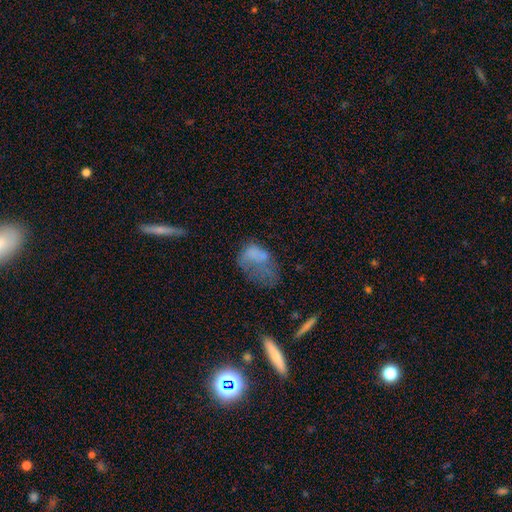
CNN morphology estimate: A smooth galaxy with no disk features (54%) that is in between round and cigar-shaped (83%).

Vote fractions:
- Smooth or featured? smooth: 54% / featured or disk: 32% / star or artifact: 14%
- How rounded? in between: 83% / round: 15% / cigar-shaped: 2%
- Merging? major disturbance: 51% / none: 20% / minor disturbance: 19% / merger: 10%